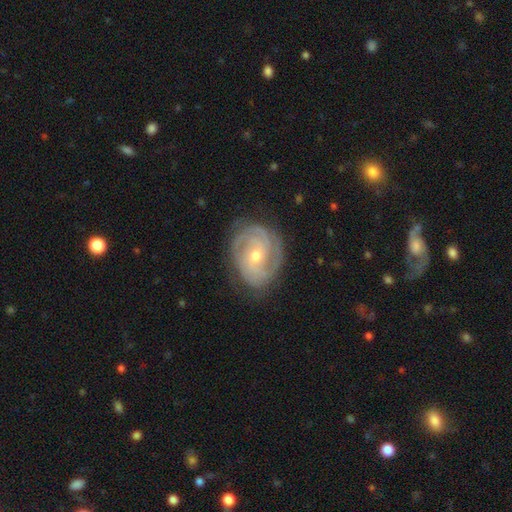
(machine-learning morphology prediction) A featured or disk galaxy (87%) with no bar (60%), 3 (32%) tight (69%) spiral arms (97%) and a moderate central bulge (51%).

Vote fractions:
- Smooth or featured? featured or disk: 87% / smooth: 8% / star or artifact: 5%
- Edge-on disk? no: 97% / yes: 3%
- Bar? no: 60% / weak: 31% / strong: 9%
- Spiral arms? yes: 97% / no: 3%
- Spiral winding? tight: 69% / medium: 27% / loose: 5%
- Spiral arm count? 3: 32% / 2: 31% / can't tell: 19% / 4: 8% / 1: 5% / more than 4: 5%
- Bulge size? moderate: 51% / small: 46% / large: 1% / none: 1% / dominant: 1%
- Merging? none: 78% / minor disturbance: 16% / major disturbance: 5% / merger: 1%